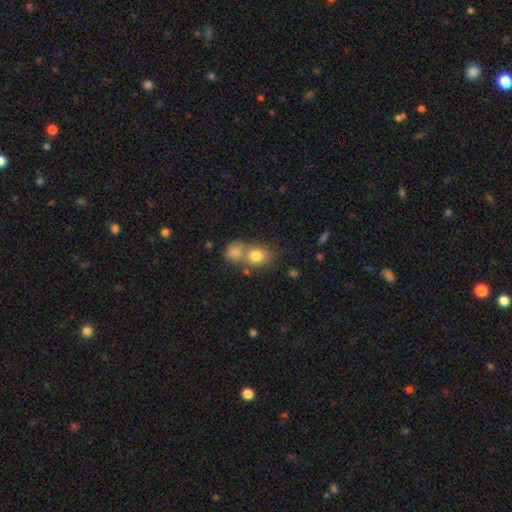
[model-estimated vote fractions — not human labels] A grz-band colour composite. It shows a smooth galaxy with no disk features (79%) that is round (57%). Merging: merger (44%).